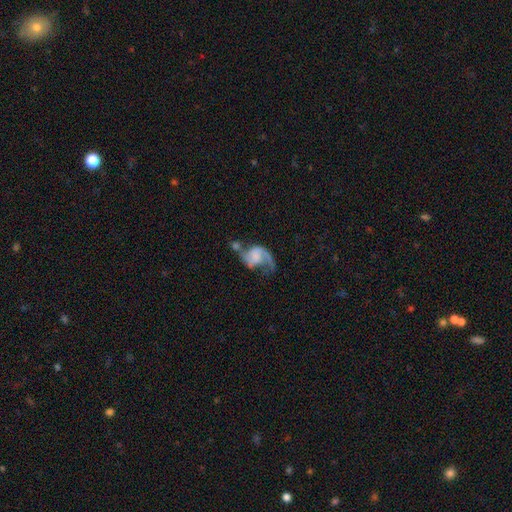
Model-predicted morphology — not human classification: This is likely a featured or disk galaxy (77%). It is clearly not viewed edge-on (98%). Bar: possibly no (53%). Spiral arm pattern: clearly yes (92%). Spiral arm count: likely 2 (80%). Spiral winding: likely loose (62%). Central bulge: possibly none (48%). Merging: marginally none (34%).